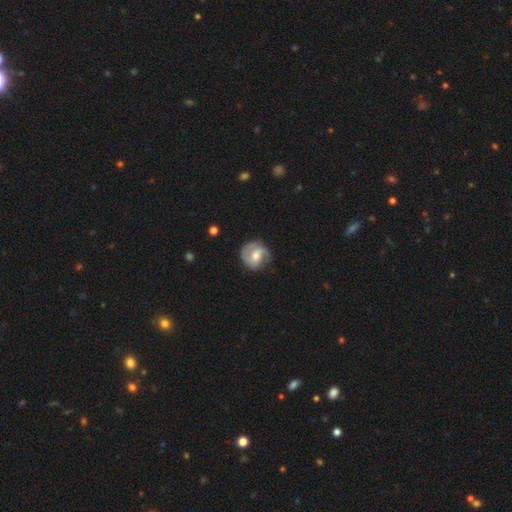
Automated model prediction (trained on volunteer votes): A featured or disk galaxy (68%) with no bar (44%), 2 (71%) medium (44%) spiral arms (90%) and a moderate central bulge (65%). Merging: none (72%).